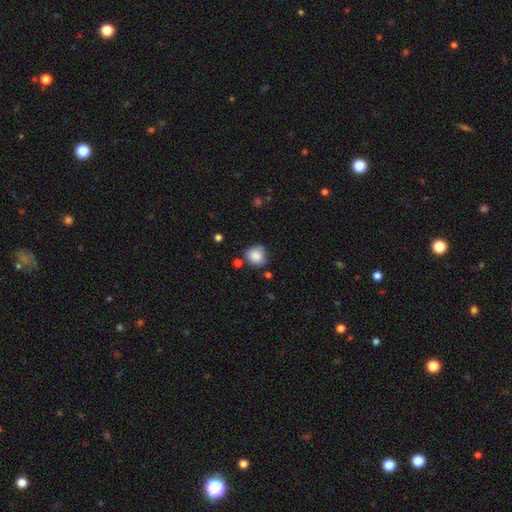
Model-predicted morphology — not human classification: Smooth or featured? smooth (86%)
How rounded? round (83%)
Merging? none (68%)